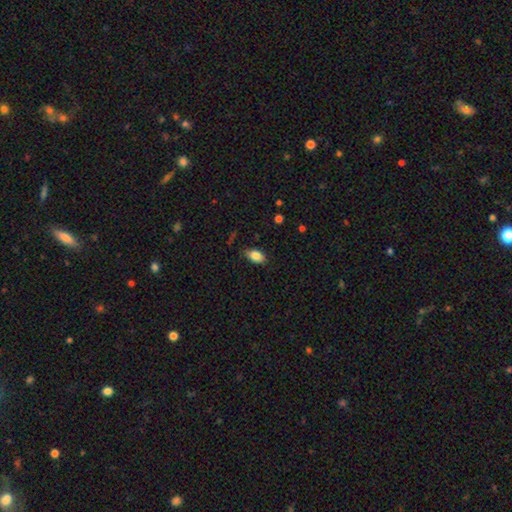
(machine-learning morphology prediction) A smooth galaxy with no disk features (84%) that is in between round and cigar-shaped (89%).

Vote fractions:
- Smooth or featured? smooth: 84% / star or artifact: 8% / featured or disk: 8%
- How rounded? in between: 89% / round: 8% / cigar-shaped: 3%
- Merging? none: 79% / minor disturbance: 16% / major disturbance: 3% / merger: 1%